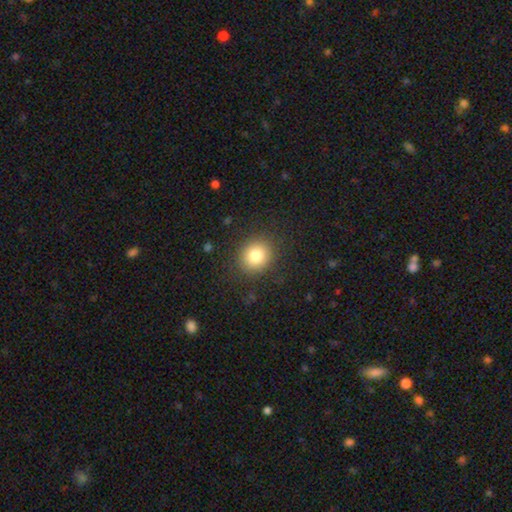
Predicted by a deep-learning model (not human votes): A smooth galaxy with no disk features (81%) that is round (80%).

Vote fractions:
- Smooth or featured? smooth: 81% / star or artifact: 11% / featured or disk: 8%
- How rounded? round: 80% / in between: 19% / cigar-shaped: 1%
- Merging? none: 87% / minor disturbance: 8% / major disturbance: 4% / merger: 1%